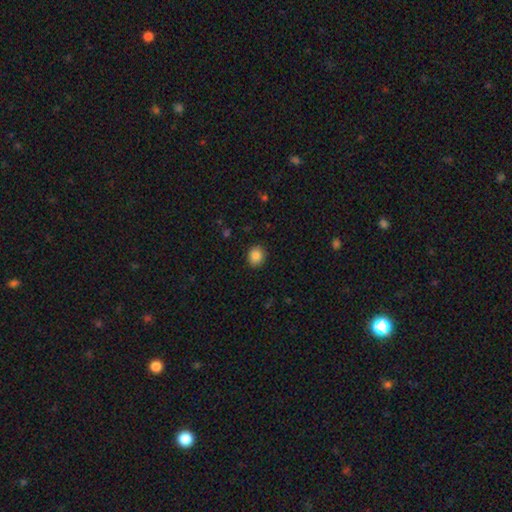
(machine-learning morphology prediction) smooth 86%, star or artifact 9%, featured or disk 4%. Down the decision tree: how rounded — round (69%); merging — none (90%).